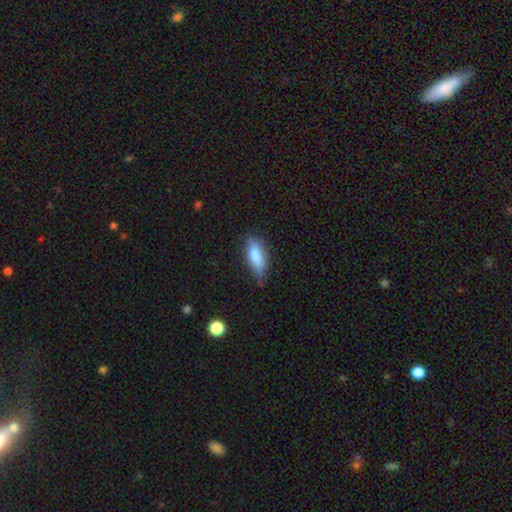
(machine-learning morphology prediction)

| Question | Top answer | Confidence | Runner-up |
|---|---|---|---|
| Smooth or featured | smooth | 81% | featured or disk (12%) |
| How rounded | in between | 72% | cigar-shaped (26%) |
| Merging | none | 60% | minor disturbance (31%) |